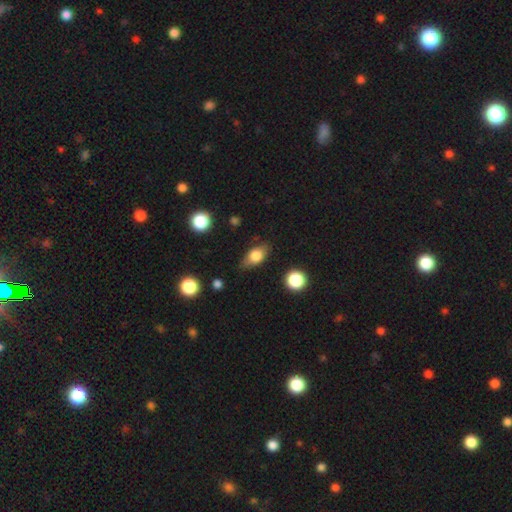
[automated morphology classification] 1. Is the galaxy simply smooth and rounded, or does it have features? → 72% smooth, 20% featured or disk, 8% star or artifact.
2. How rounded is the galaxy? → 82% in between, 11% round, 7% cigar-shaped.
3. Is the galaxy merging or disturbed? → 74% none, 19% minor disturbance, 4% major disturbance, 2% merger.